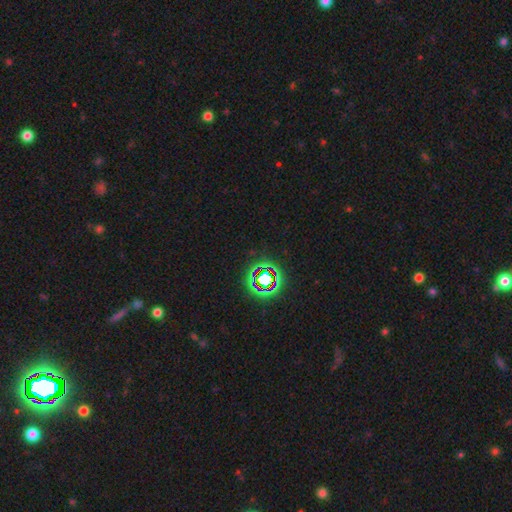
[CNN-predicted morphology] star or artifact 62%, smooth 20%, featured or disk 18%.